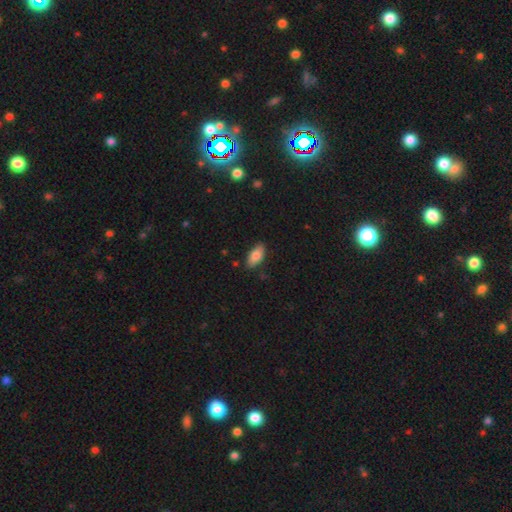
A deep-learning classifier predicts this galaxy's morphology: Smooth or featured? Predicted: smooth (p=0.81). How rounded? Predicted: in between (p=0.89). Merging? Predicted: none (p=0.84).